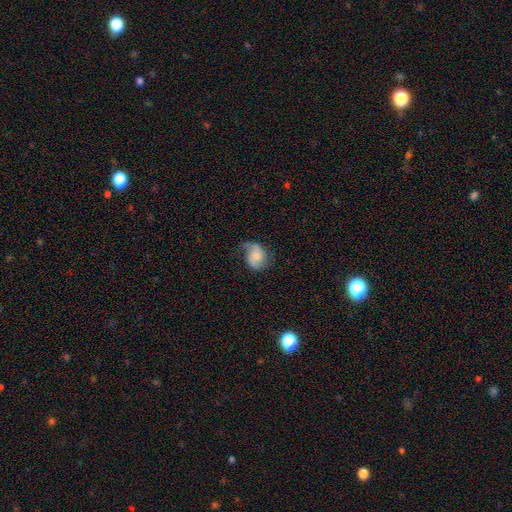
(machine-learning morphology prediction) The model was most divided on "bulge size": small: 41%, moderate: 29%, none: 20%, large: 7%, dominant: 2%. Remaining: edge-on disk — no (98%); spiral arms — yes (90%); bar — no (69%); smooth or featured — featured or disk (56%); merging — none (48%).